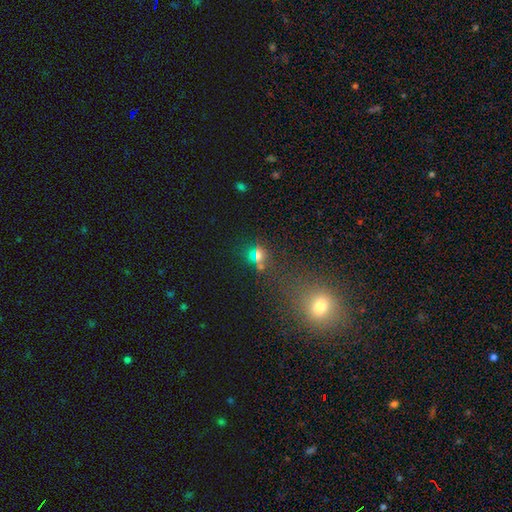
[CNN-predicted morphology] Overall: smooth (54%; star or artifact 33%). How rounded: round (65%; in between 31%). Merging: none (57%; merger 24%).